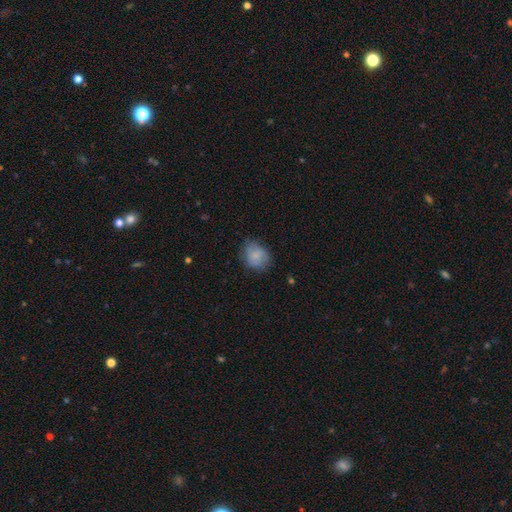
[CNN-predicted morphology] smooth-or-featured: smooth: 80% | featured or disk: 12% | star or artifact: 8%
  how-rounded: round: 61% | in between: 38% | cigar-shaped: 1%
  merging: none: 70% | minor disturbance: 23% | major disturbance: 6% | merger: 1%